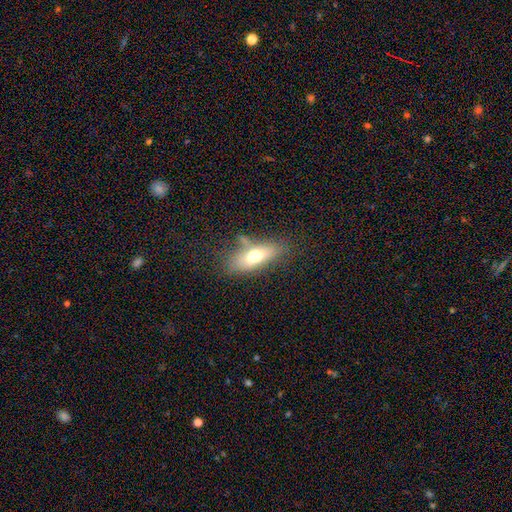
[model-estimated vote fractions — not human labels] Smooth or featured?
  - smooth: 63% *
  - featured or disk: 28%
  - star or artifact: 9%
How rounded?
  - in between: 72% *
  - cigar-shaped: 25%
  - round: 4%
Merging?
  - none: 53% *
  - minor disturbance: 24%
  - major disturbance: 13%
  - merger: 11%